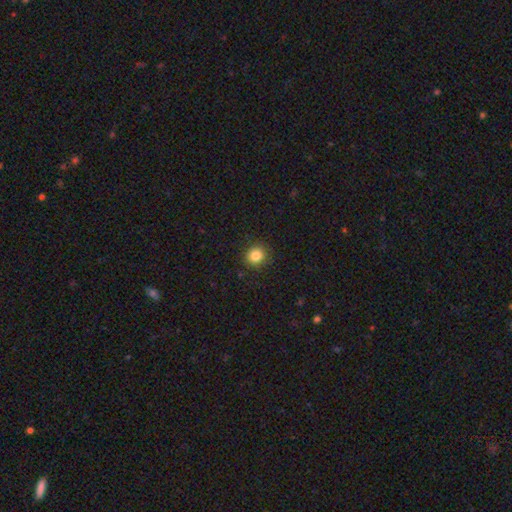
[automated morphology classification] A smooth galaxy with no disk features (84%) that is round (86%).

Vote fractions:
- Smooth or featured? smooth: 84% / star or artifact: 11% / featured or disk: 5%
- How rounded? round: 86% / in between: 13% / cigar-shaped: 1%
- Merging? none: 89% / minor disturbance: 8% / major disturbance: 2% / merger: 1%